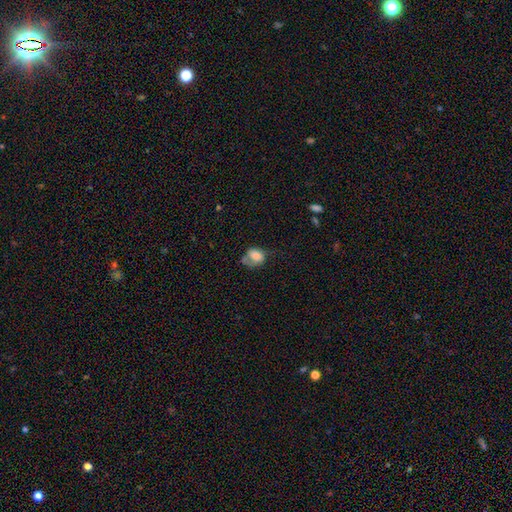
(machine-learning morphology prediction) Smooth or featured? Predicted: smooth (p=0.69). How rounded? Predicted: in between (p=0.59). Merging? Predicted: major disturbance (p=0.33).